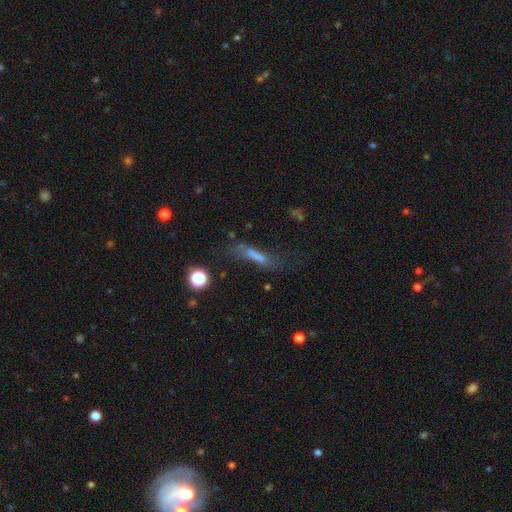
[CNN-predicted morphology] smooth 56%, featured or disk 28%, star or artifact 16%. Down the decision tree: how rounded — cigar-shaped (73%); merging — none (45%).